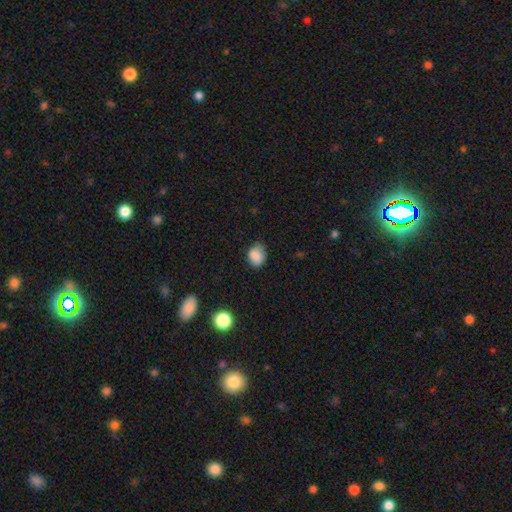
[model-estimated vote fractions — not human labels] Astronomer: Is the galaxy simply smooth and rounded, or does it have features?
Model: smooth — 86%.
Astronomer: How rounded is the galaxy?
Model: in between — 55% (runner-up: round, 44%).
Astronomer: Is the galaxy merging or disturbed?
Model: none — 68%.